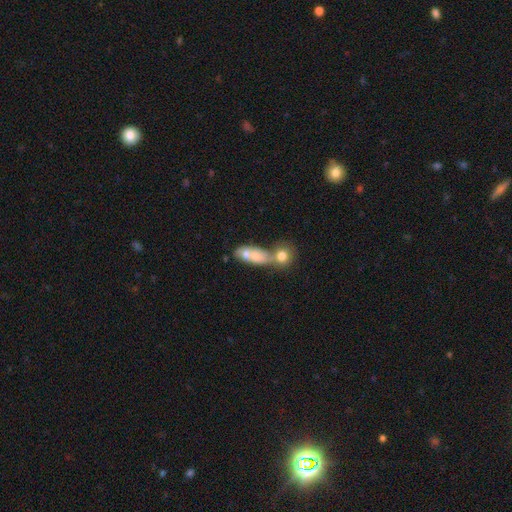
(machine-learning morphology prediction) smooth_or_featured: smooth (p=0.61) [alt: featured or disk p=0.29]
how_rounded: in between (p=0.67) [alt: round p=0.21]
merging: merger (p=0.63) [alt: none p=0.22]